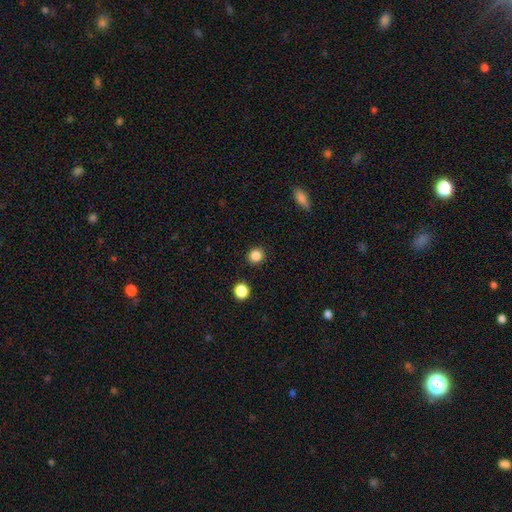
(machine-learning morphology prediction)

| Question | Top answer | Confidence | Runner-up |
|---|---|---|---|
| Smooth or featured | smooth | 85% | star or artifact (11%) |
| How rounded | round | 89% | in between (10%) |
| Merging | none | 91% | minor disturbance (6%) |